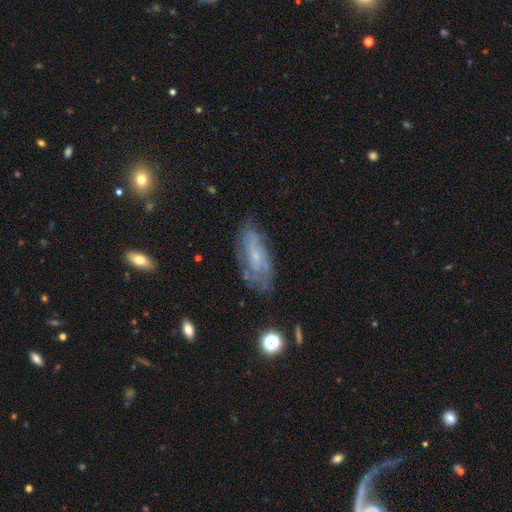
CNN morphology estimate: Smooth or featured? featured or disk (60%)
Edge-on disk? no (87%)
Bar? no (71%)
Spiral arms? yes (69%)
Bulge size? small (69%)
Merging? none (64%)